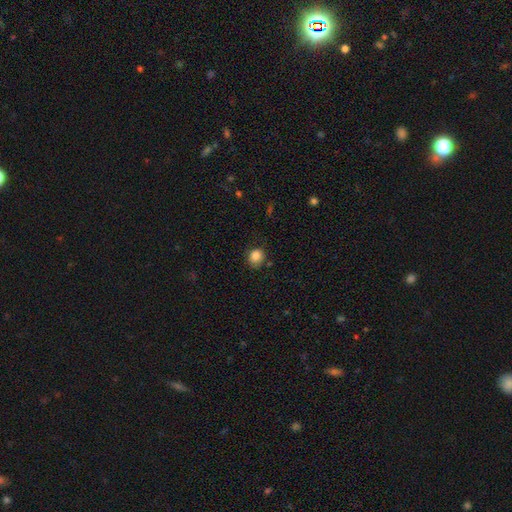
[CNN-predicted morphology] Smooth or featured? smooth (84%)
How rounded? round (74%)
Merging? none (74%)